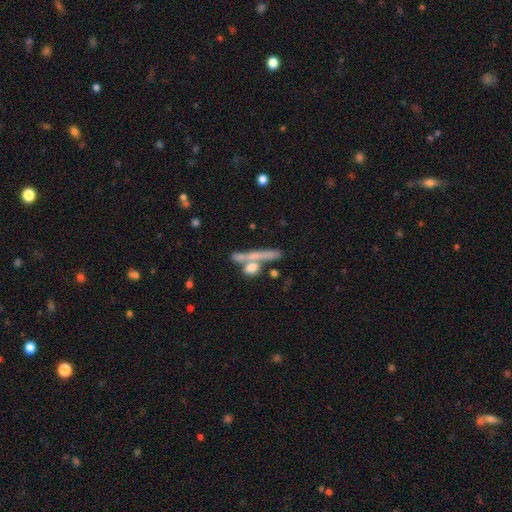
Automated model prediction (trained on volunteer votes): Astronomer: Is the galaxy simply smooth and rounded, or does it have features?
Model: featured or disk — 41% (runner-up: smooth, 36%).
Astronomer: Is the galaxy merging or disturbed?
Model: none — 52% (runner-up: merger, 28%).